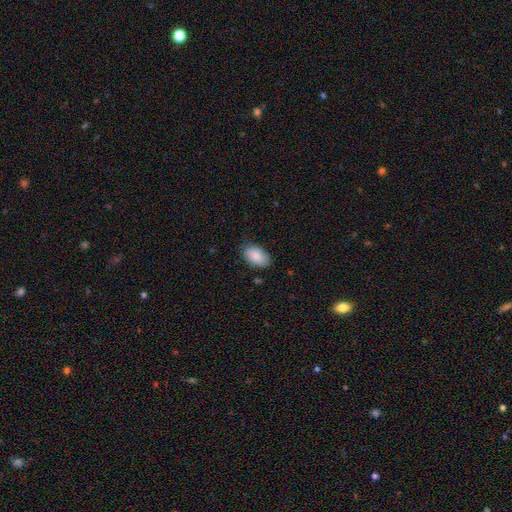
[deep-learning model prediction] Smooth or featured? Predicted: smooth (p=0.84). How rounded? Predicted: in between (p=0.93). Merging? Predicted: none (p=0.76).